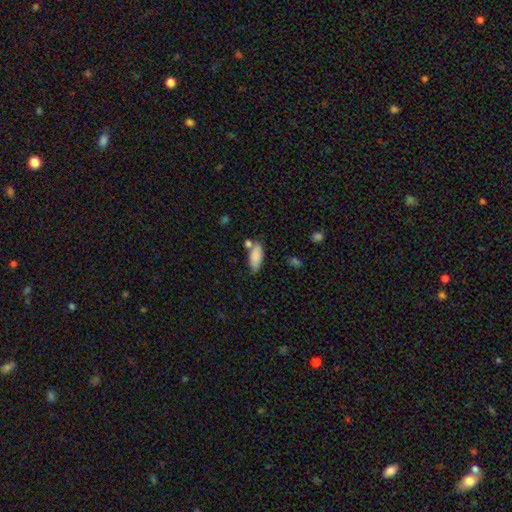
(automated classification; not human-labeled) Smooth or featured? smooth (84%)
How rounded? in between (82%)
Merging? none (57%)